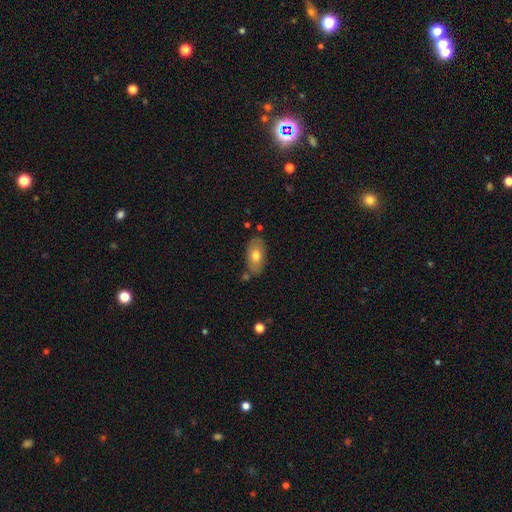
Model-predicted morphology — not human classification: smooth_or_featured: smooth (p=0.70) [alt: featured or disk p=0.24]
how_rounded: in between (p=0.92) [alt: round p=0.06]
merging: none (p=0.72) [alt: minor disturbance p=0.17]